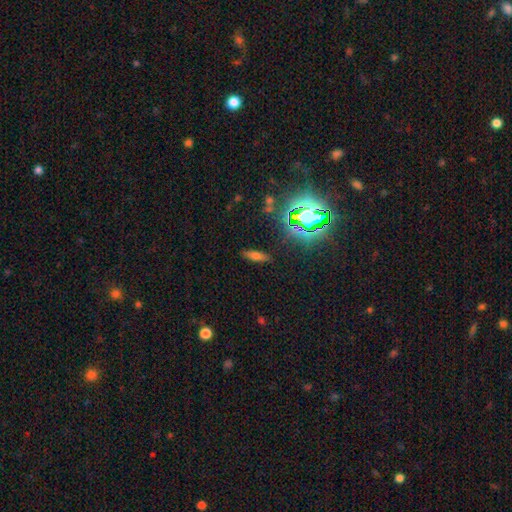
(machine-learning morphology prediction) Q: Smooth or featured?
A: smooth (59%); runner-up: star or artifact (24%)
Q: How rounded?
A: cigar-shaped (50%); runner-up: in between (45%)
Q: Merging?
A: none (85%); runner-up: minor disturbance (10%)